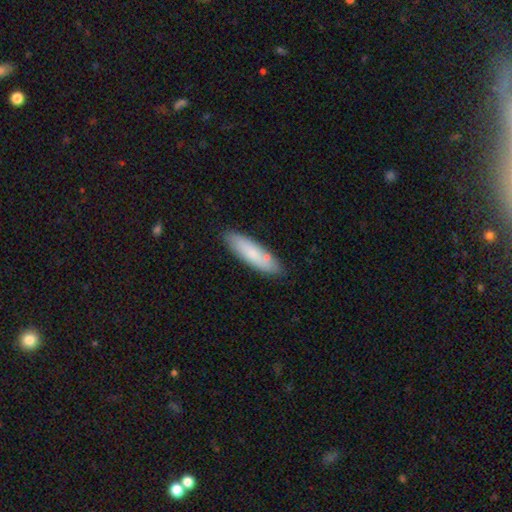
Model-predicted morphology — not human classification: Smooth or featured?
  - smooth: 76% *
  - featured or disk: 19%
  - star or artifact: 6%
How rounded?
  - cigar-shaped: 55% *
  - in between: 44%
  - round: 2%
Merging?
  - none: 79% *
  - minor disturbance: 13%
  - merger: 5%
  - major disturbance: 3%